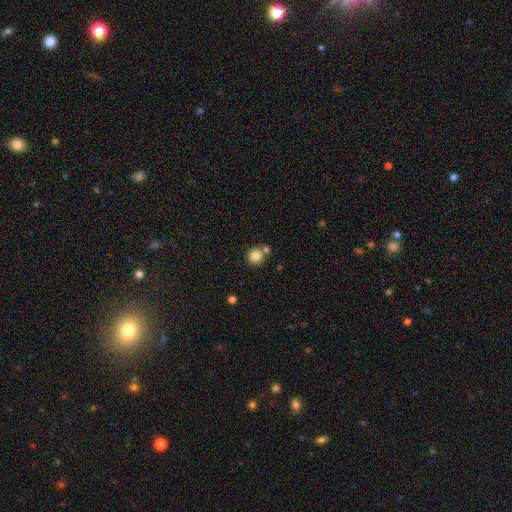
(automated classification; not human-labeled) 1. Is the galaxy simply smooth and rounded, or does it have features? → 82% smooth, 11% star or artifact, 7% featured or disk.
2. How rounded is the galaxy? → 93% round, 6% in between, 1% cigar-shaped.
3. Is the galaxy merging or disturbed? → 68% none, 22% merger, 8% minor disturbance, 3% major disturbance.